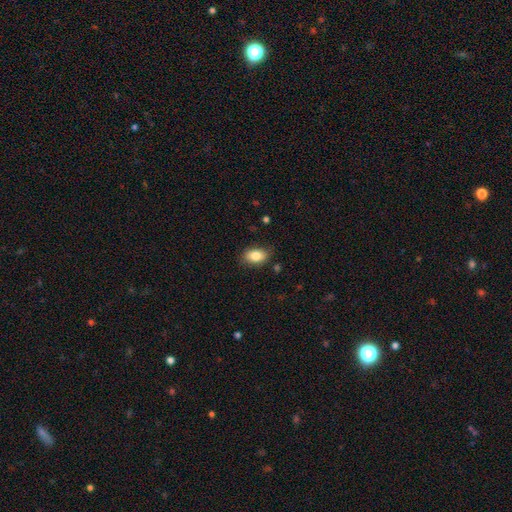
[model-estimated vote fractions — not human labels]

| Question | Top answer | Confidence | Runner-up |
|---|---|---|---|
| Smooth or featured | smooth | 83% | featured or disk (9%) |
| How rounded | in between | 88% | round (10%) |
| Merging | none | 81% | minor disturbance (14%) |